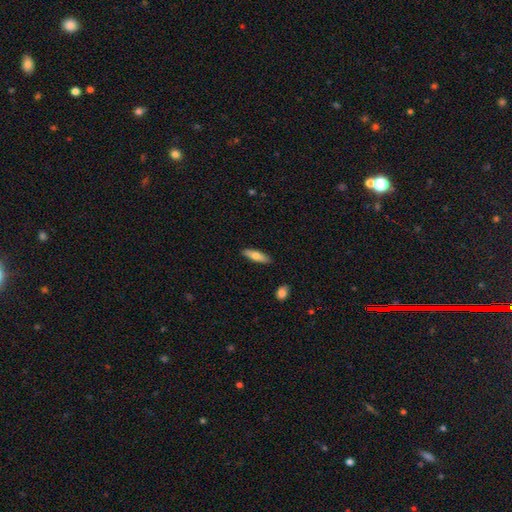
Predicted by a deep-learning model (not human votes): Smooth or featured?
  - smooth: 71% *
  - featured or disk: 23%
  - star or artifact: 6%
How rounded?
  - cigar-shaped: 55% *
  - in between: 43%
  - round: 2%
Merging?
  - none: 88% *
  - minor disturbance: 9%
  - major disturbance: 2%
  - merger: 1%